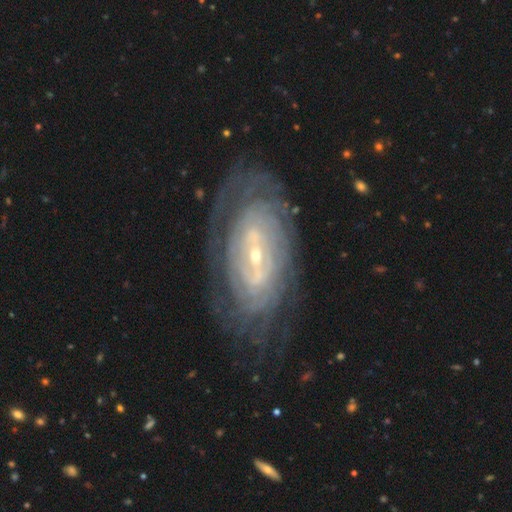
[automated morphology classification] Overall: featured or disk (85%). Edge-on disk: no (93%). Bar: weak (40%; no 32%). Spiral arms: yes (90%). Spiral arm count: can't tell (51%; 2 13%). Spiral winding: tight (80%). Bulge size: small (73%). Merging: none (76%).